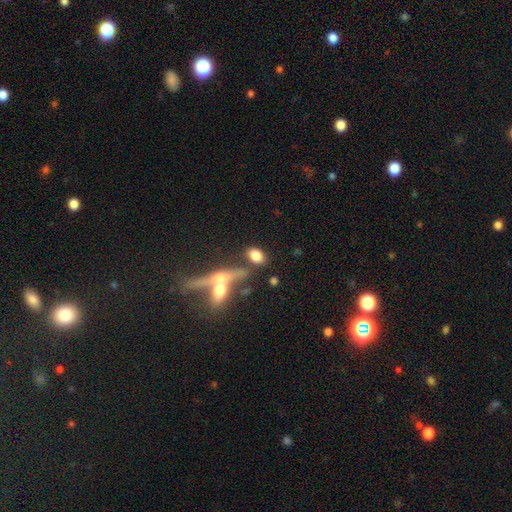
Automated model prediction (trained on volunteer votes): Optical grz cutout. It shows a smooth galaxy with no disk features (77%) that is in between round and cigar-shaped (84%). Merging: none (60%).